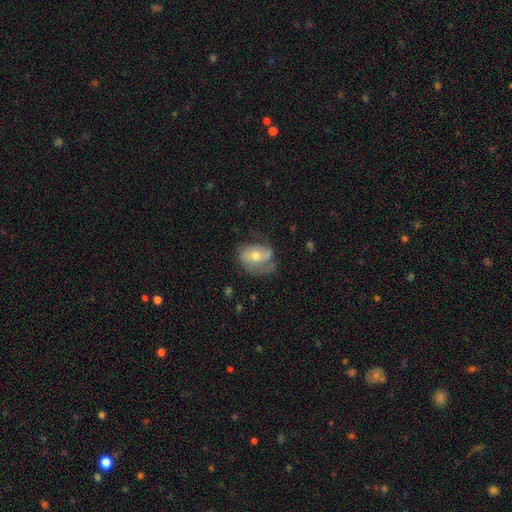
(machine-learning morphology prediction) Q: Smooth or featured?
A: featured or disk (54%); runner-up: smooth (39%)
Q: Edge-on disk?
A: no (95%); runner-up: yes (5%)
Q: Bar?
A: no (55%); runner-up: weak (31%)
Q: Spiral arms?
A: yes (72%); runner-up: no (28%)
Q: Bulge size?
A: moderate (67%); runner-up: small (26%)
Q: Merging?
A: none (45%); runner-up: minor disturbance (30%)